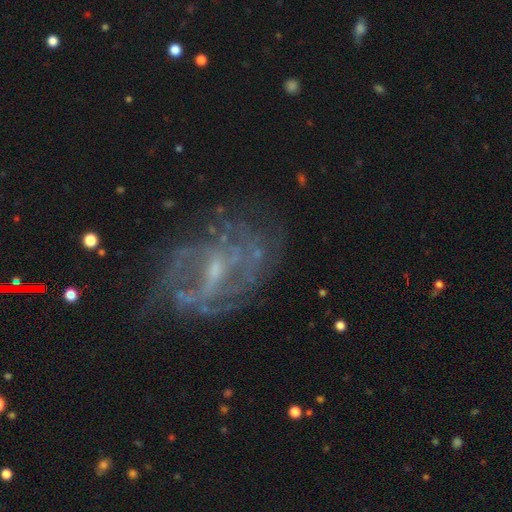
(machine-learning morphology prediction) Overall: featured or disk (81%). Edge-on disk: no (97%). Bar: weak (52%; no 28%). Spiral arms: yes (73%). Spiral arm count: can't tell (44%; 2 28%). Spiral winding: medium (41%; tight 33%). Bulge size: small (58%; moderate 26%). Merging: none (57%; major disturbance 20%).